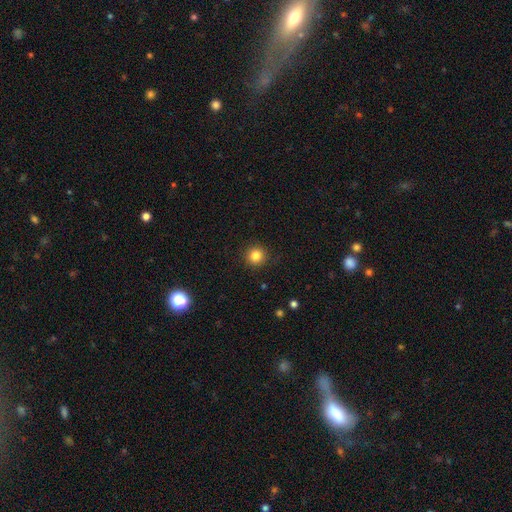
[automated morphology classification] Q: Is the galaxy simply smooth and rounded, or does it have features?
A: smooth — 83%.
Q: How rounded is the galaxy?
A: round — 94%.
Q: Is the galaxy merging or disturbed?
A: none — 91%.